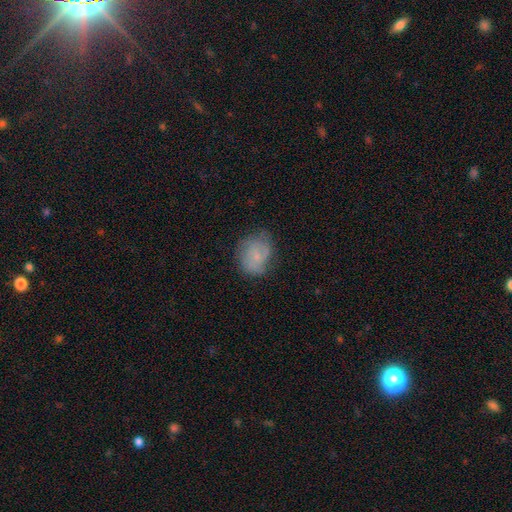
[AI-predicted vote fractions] Overall: smooth (50%; featured or disk 41%). Merging: none (63%; minor disturbance 26%).